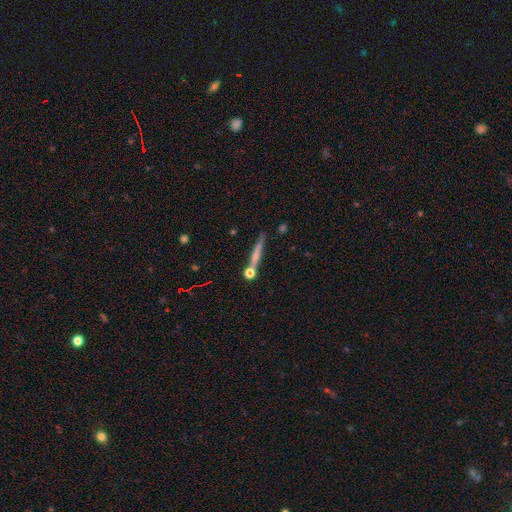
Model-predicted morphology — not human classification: Smooth or featured: smooth — 51% (featured or disk — 40%)
How rounded: cigar-shaped — 91% (in between — 5%)
Merging: none — 70% (merger — 13%)